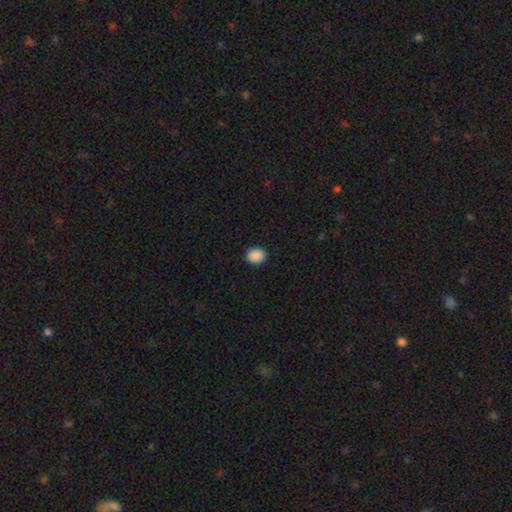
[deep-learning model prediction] A smooth galaxy with no disk features (89%) that is round (80%).

Vote fractions:
- Smooth or featured? smooth: 89% / star or artifact: 9% / featured or disk: 2%
- How rounded? round: 80% / in between: 19% / cigar-shaped: 1%
- Merging? none: 91% / minor disturbance: 6% / major disturbance: 2% / merger: 1%